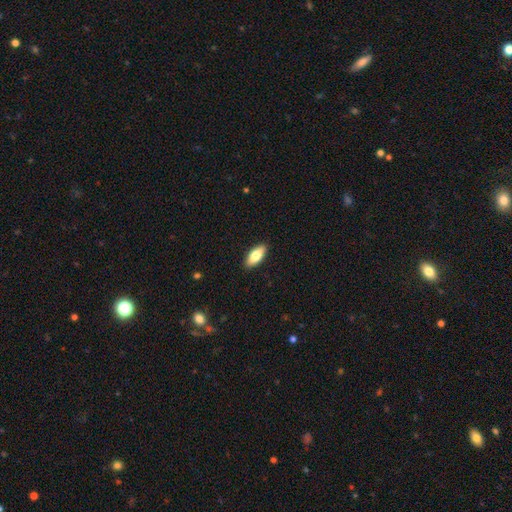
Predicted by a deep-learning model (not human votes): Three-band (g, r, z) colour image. It shows a smooth galaxy with no disk features (74%) that is in between round and cigar-shaped (80%). Merging: none (90%).